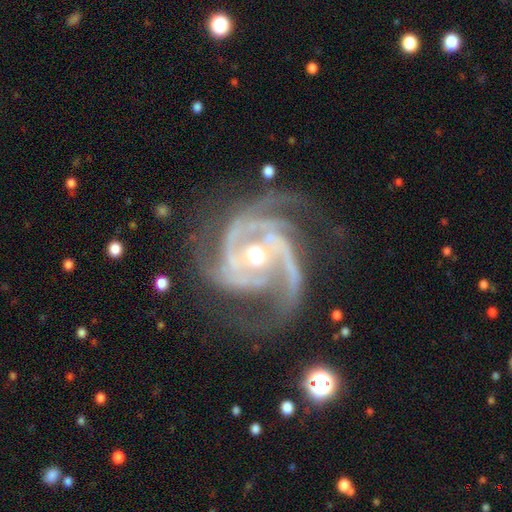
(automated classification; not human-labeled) smooth-or-featured: featured or disk: 93% | star or artifact: 4% | smooth: 2%
  disk-edge-on: no: 98% | yes: 2%
    bar: no: 61% | weak: 24% | strong: 14%
    has-spiral-arms: yes: 99% | no: 1%
      spiral-winding: tight: 53% | medium: 41% | loose: 6%
      spiral-arm-count: 3: 59% | 4: 14% | 2: 11% | can't tell: 6% | more than 4: 5% | 1: 4%
    bulge-size: moderate: 68% | small: 25% | large: 5% | none: 1% | dominant: 1%
  merging: none: 64% | minor disturbance: 20% | major disturbance: 14% | merger: 2%